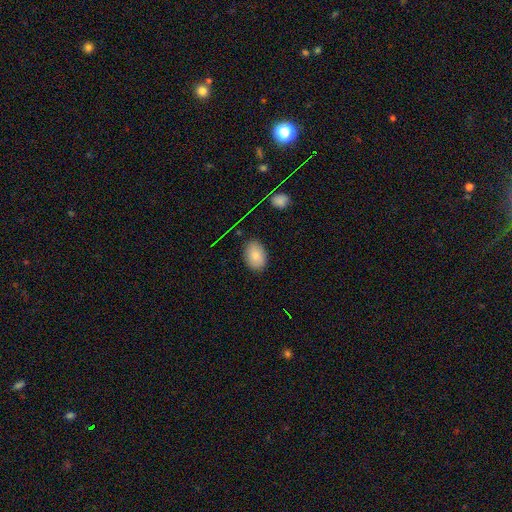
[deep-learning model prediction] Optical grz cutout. It shows a smooth galaxy with no disk features (81%) that is in between round and cigar-shaped (87%). Merging: none (85%).